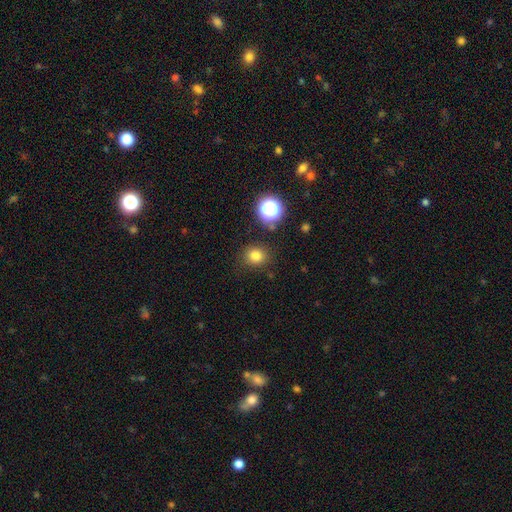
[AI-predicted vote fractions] Smooth or featured? smooth (79%)
How rounded? round (80%)
Merging? none (86%)